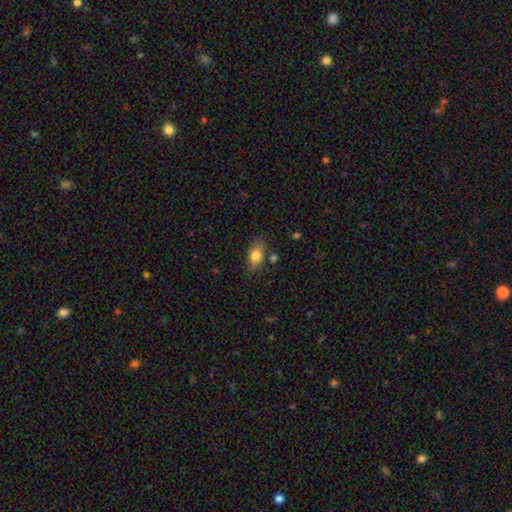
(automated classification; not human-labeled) The model was most divided on "merging": none: 78%, minor disturbance: 15%, merger: 4%, major disturbance: 3%. More confident: how rounded — in between (86%); smooth or featured — smooth (80%).